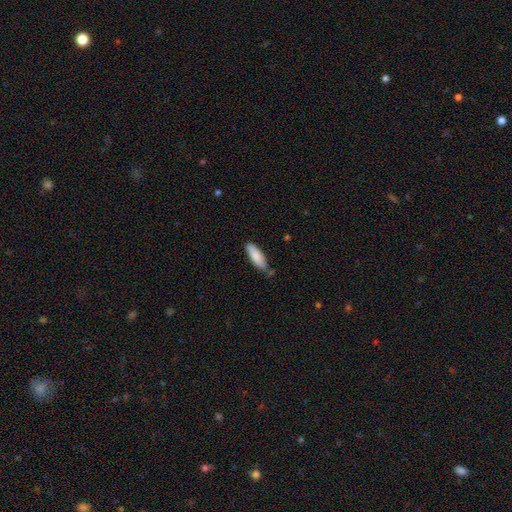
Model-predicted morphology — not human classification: Overall: smooth (86%). How rounded: in between (59%; cigar-shaped 40%). Merging: none (66%).